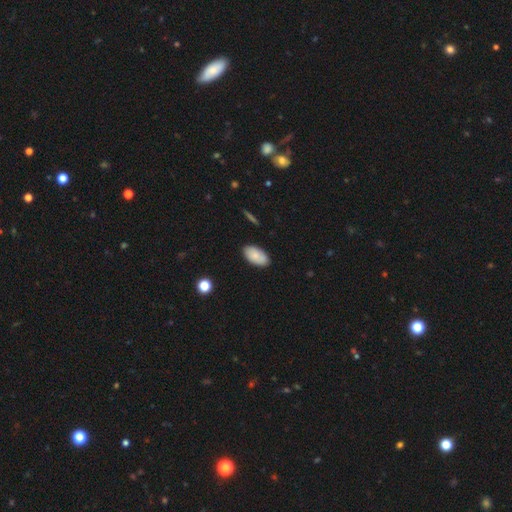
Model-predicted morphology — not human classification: Overall: smooth (82%). How rounded: in between (95%). Merging: none (86%).